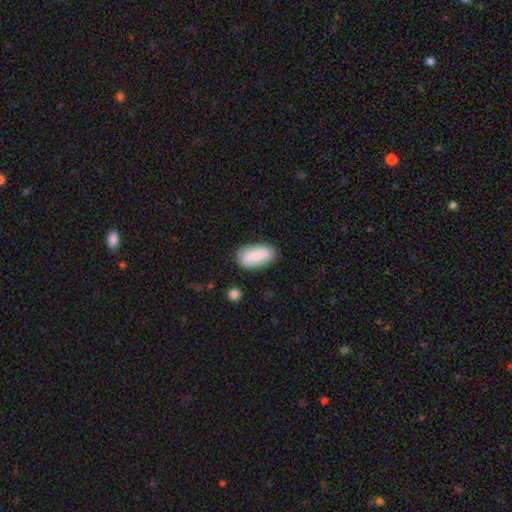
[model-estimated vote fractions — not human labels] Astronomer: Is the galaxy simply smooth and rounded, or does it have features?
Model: smooth — 78%.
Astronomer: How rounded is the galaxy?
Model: in between — 90%.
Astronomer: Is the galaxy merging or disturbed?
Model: none — 78%.